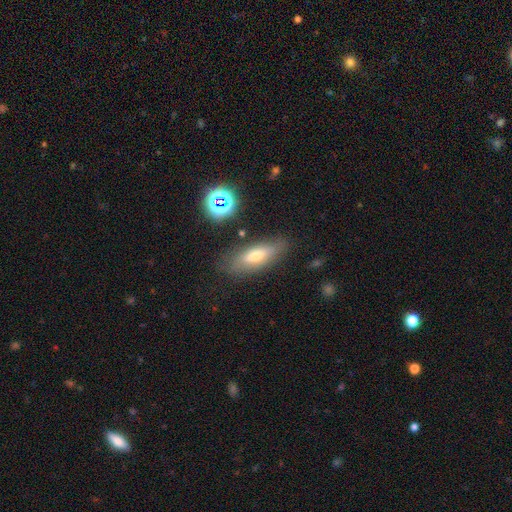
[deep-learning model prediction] smooth-or-featured: smooth: 60% | featured or disk: 29% | star or artifact: 11%
  how-rounded: in between: 55% | cigar-shaped: 42% | round: 3%
  merging: none: 78% | minor disturbance: 15% | major disturbance: 4% | merger: 3%